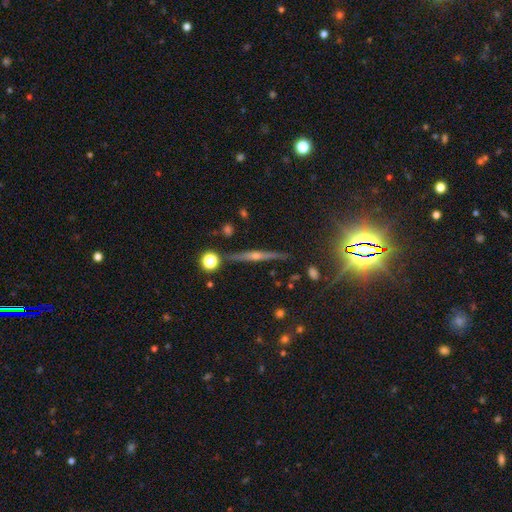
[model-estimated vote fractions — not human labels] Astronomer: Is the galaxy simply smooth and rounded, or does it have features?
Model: featured or disk — 61%.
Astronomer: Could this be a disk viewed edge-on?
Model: yes — 95%.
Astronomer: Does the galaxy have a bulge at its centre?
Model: rounded — 87%.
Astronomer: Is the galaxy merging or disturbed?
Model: none — 85%.